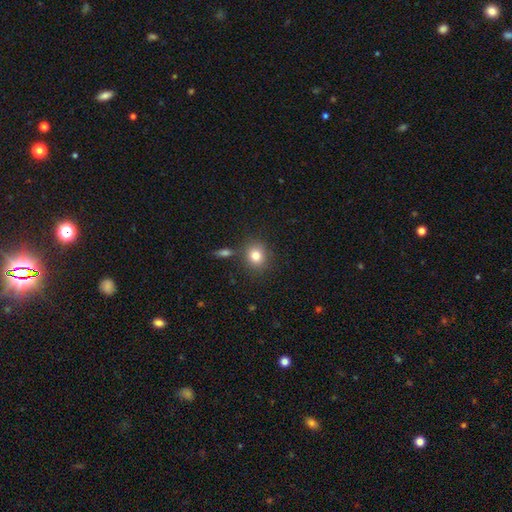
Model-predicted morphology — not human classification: This is clearly a smooth galaxy (81%). How rounded: likely round (77%). Merging: likely none (79%).